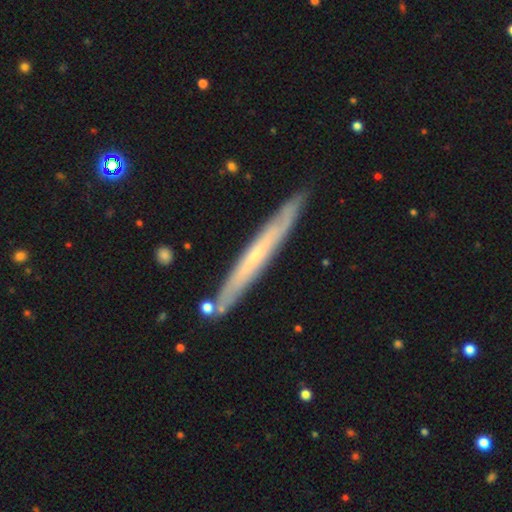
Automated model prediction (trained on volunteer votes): This appears to be a featured or disk galaxy (64%) viewed edge-on (89%) with no central bulge (67%). Merging: none (87%).